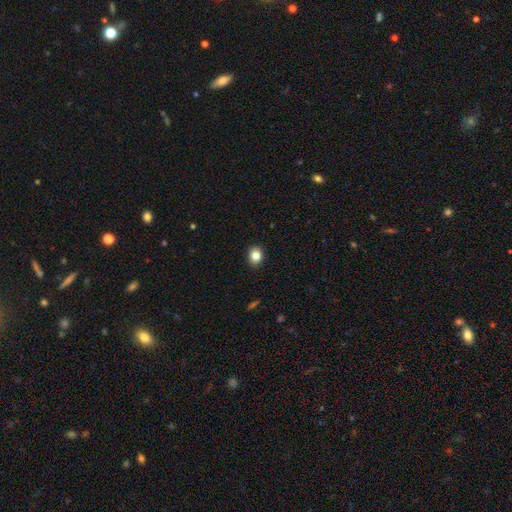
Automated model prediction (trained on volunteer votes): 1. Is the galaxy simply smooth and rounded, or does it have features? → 83% smooth, 10% star or artifact, 7% featured or disk.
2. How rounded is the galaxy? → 53% round, 46% in between, 1% cigar-shaped.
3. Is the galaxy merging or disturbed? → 90% none, 8% minor disturbance, 2% major disturbance, 1% merger.